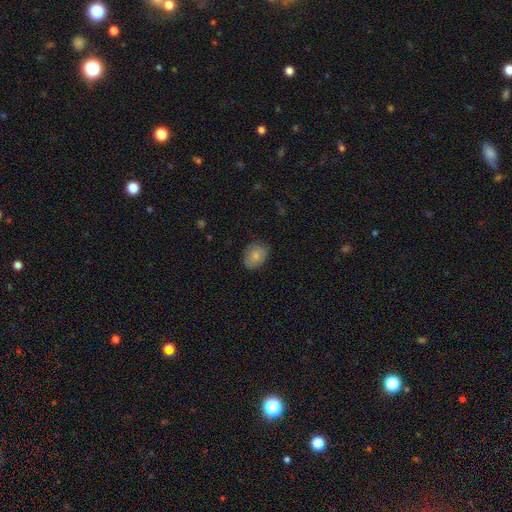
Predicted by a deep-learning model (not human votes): This appears to be a smooth galaxy with no disk features (79%) that is in between round and cigar-shaped (59%). Merging: none (77%).